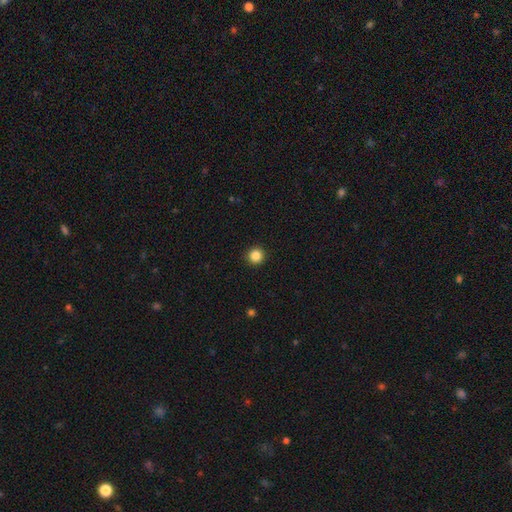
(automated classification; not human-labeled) Smooth or featured? smooth (85%)
How rounded? round (95%)
Merging? none (93%)